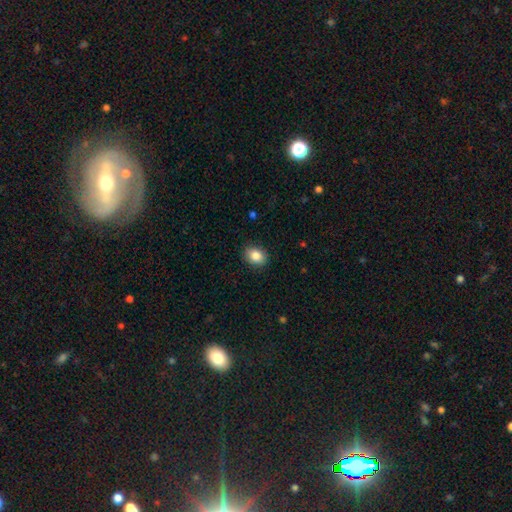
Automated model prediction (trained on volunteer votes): A smooth galaxy with no disk features (86%) that is in between round and cigar-shaped (58%).

Vote fractions:
- Smooth or featured? smooth: 86% / star or artifact: 8% / featured or disk: 6%
- How rounded? in between: 58% / round: 41% / cigar-shaped: 1%
- Merging? none: 88% / minor disturbance: 9% / major disturbance: 2% / merger: 1%